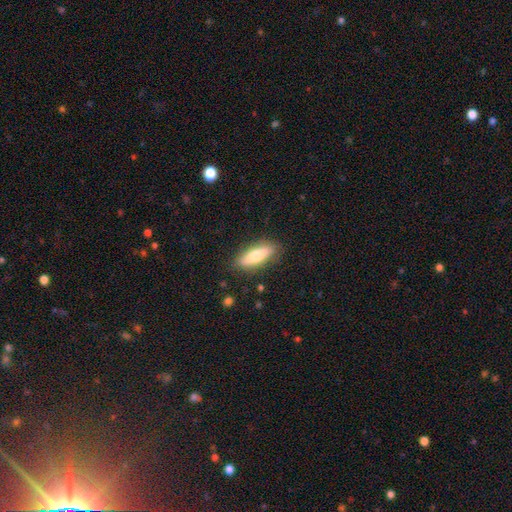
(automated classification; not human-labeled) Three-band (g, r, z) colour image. It shows a smooth galaxy with no disk features (71%) that is cigar-shaped (50%). Merging: none (85%).